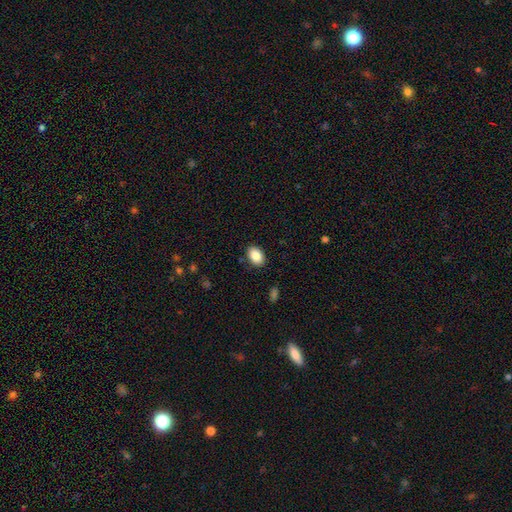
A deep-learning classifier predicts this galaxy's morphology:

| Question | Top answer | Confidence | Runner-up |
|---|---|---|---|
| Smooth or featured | smooth | 87% | star or artifact (8%) |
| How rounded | in between | 86% | round (13%) |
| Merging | none | 87% | minor disturbance (9%) |